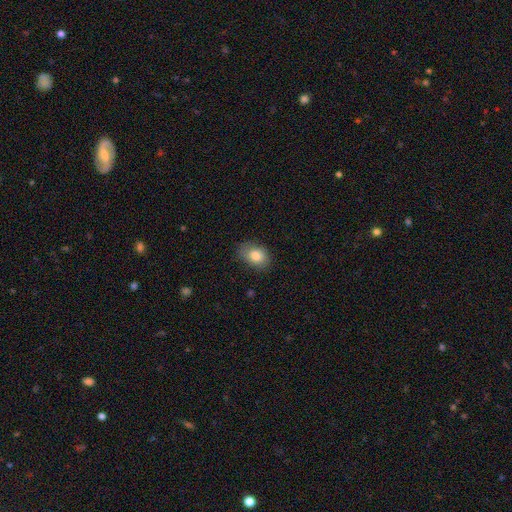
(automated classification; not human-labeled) Smooth or featured? Predicted: smooth (p=0.81). How rounded? Predicted: in between (p=0.78). Merging? Predicted: none (p=0.74).